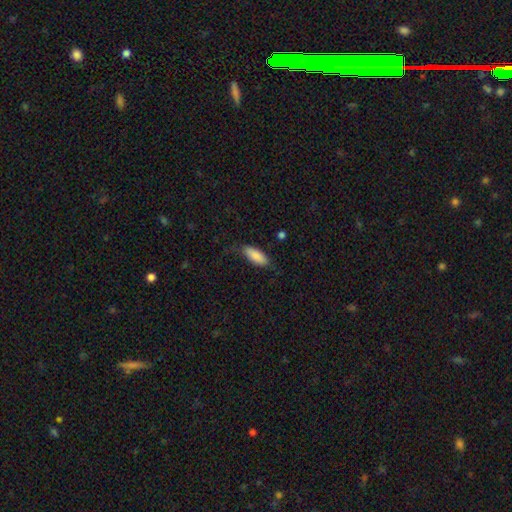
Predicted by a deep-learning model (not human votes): smooth-or-featured: smooth: 87% | featured or disk: 7% | star or artifact: 6%
  how-rounded: in between: 81% | cigar-shaped: 17% | round: 2%
  merging: none: 68% | minor disturbance: 23% | major disturbance: 7% | merger: 2%